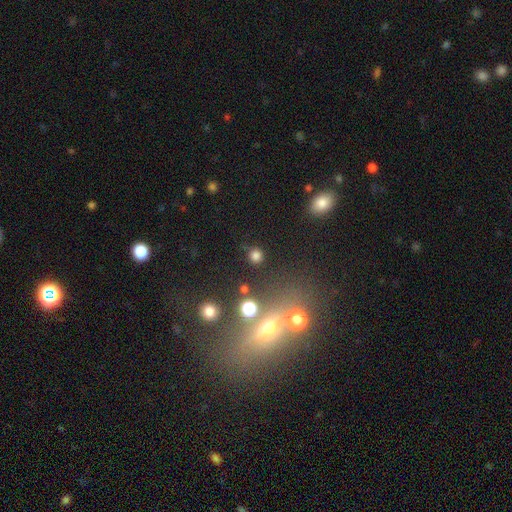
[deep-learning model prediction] Smooth or featured: smooth — 75% (star or artifact — 20%)
How rounded: round — 91% (in between — 8%)
Merging: none — 83% (minor disturbance — 9%)